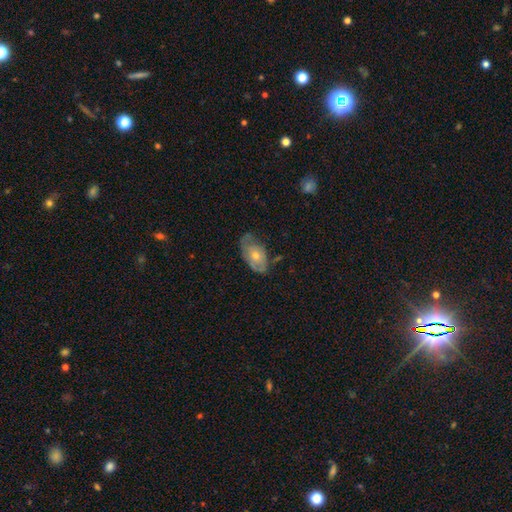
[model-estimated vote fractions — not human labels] A featured or disk galaxy (56%) with no bar (85%), spiral arms (56%) and a moderate central bulge (53%). Merging: none (57%).